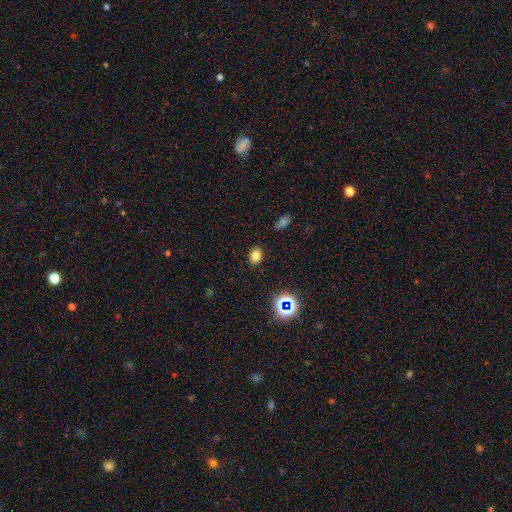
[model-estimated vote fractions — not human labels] Morphology: type=smooth (78%); roundness=in between (72%); merging=none (87%).